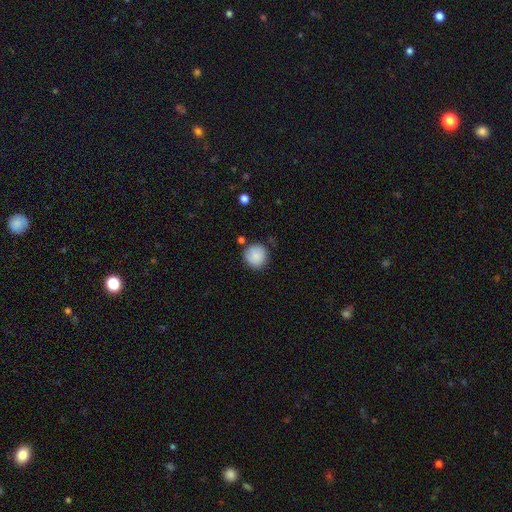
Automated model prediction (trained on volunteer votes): A smooth galaxy with no disk features (88%) that is round (94%). Merging: none (81%).